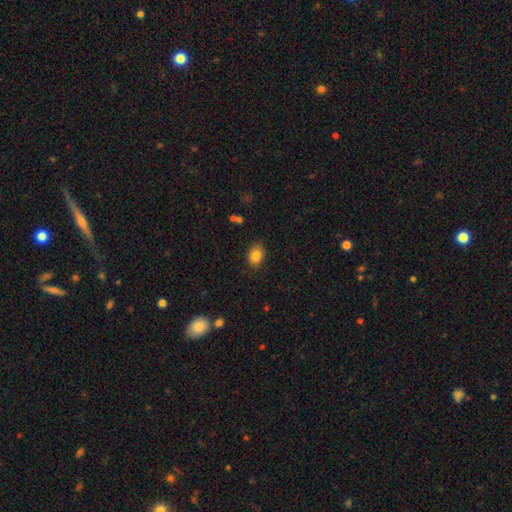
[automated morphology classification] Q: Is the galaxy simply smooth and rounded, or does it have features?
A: smooth — 84%.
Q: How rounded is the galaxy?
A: in between — 67%.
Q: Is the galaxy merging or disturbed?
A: none — 85%.